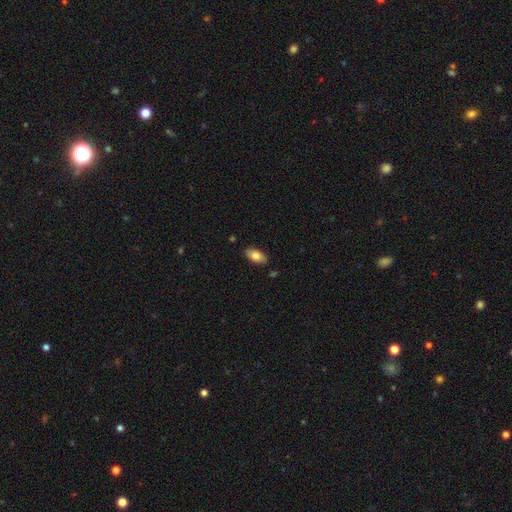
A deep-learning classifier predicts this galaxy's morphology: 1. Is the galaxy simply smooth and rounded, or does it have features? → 79% smooth, 15% featured or disk, 7% star or artifact.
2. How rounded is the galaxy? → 91% in between, 6% cigar-shaped, 3% round.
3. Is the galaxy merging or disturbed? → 87% none, 10% minor disturbance, 2% major disturbance, 2% merger.